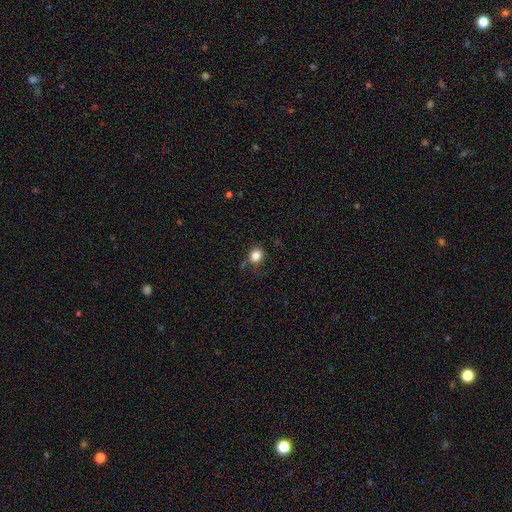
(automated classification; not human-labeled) Smooth or featured? smooth (84%)
How rounded? round (77%)
Merging? none (71%)